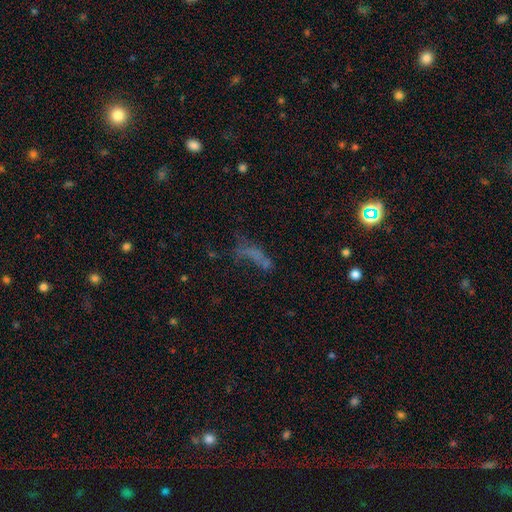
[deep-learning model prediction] Smooth or featured?
  - smooth: 43% *
  - featured or disk: 29%
  - star or artifact: 28%
Merging?
  - major disturbance: 36% *
  - none: 34%
  - minor disturbance: 17%
  - merger: 13%